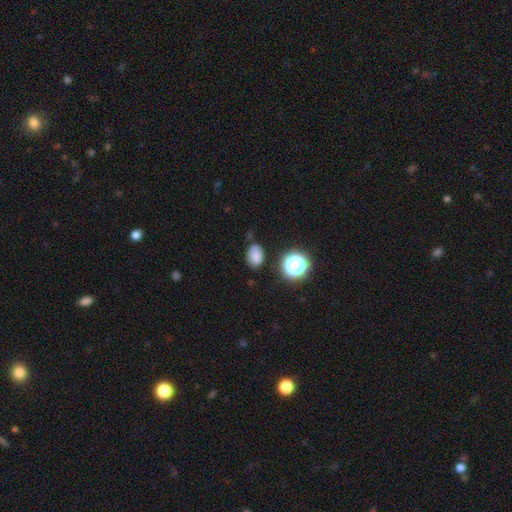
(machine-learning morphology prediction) A smooth galaxy with no disk features (79%) that is in between round and cigar-shaped (78%). Merging: none (77%).